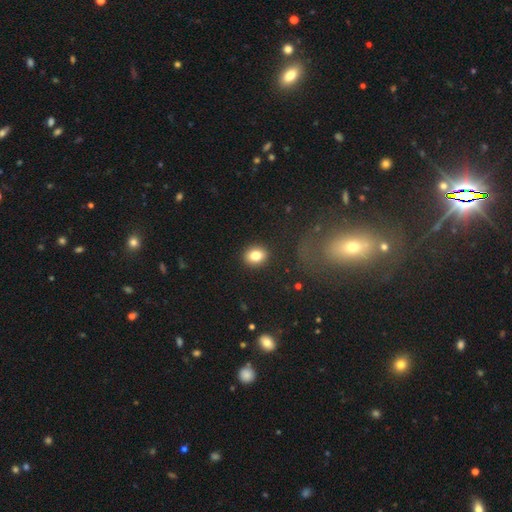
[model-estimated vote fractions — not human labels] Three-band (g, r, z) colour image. It shows a smooth galaxy with no disk features (81%) that is round (56%). Merging: none (91%).